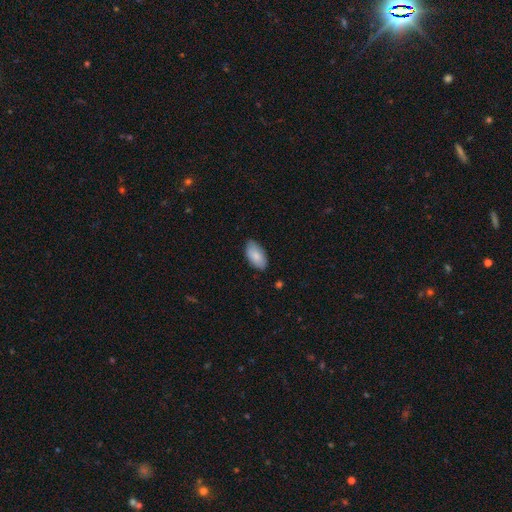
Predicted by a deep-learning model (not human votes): This appears to be a smooth galaxy with no disk features (84%) that is in between round and cigar-shaped (95%). Merging: none (81%).